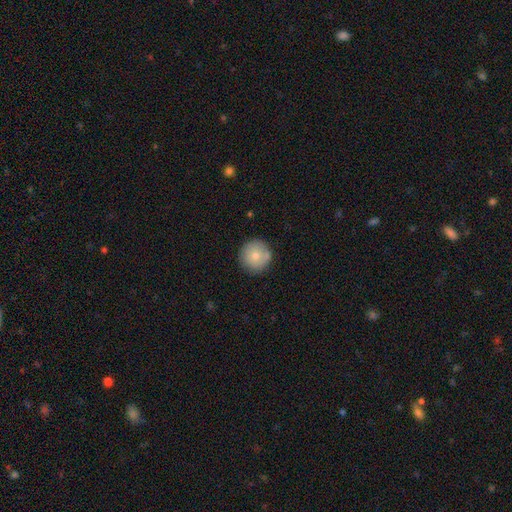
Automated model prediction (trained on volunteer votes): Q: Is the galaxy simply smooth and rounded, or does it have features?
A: smooth — 75%.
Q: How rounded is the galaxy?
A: round — 96%.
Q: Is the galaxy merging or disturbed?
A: none — 82%.